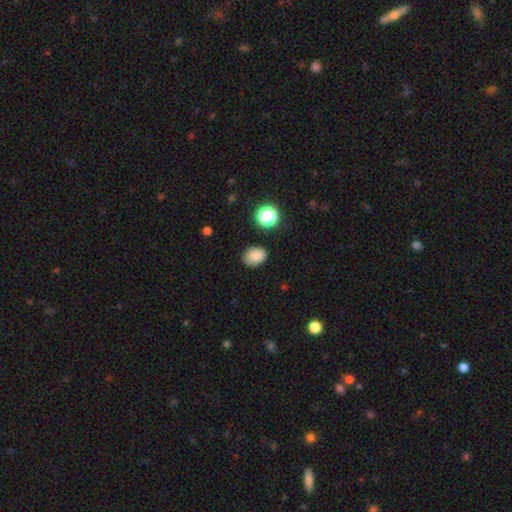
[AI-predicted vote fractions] Smooth or featured? smooth (84%)
How rounded? in between (69%)
Merging? none (82%)